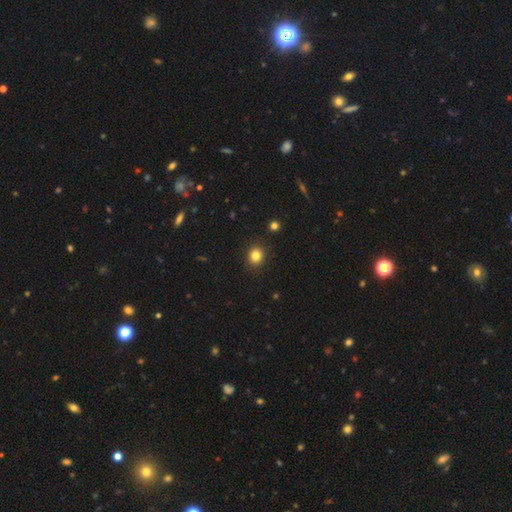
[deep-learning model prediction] smooth 83%, star or artifact 12%, featured or disk 5%. Down the decision tree: how rounded — round (79%); merging — none (90%).